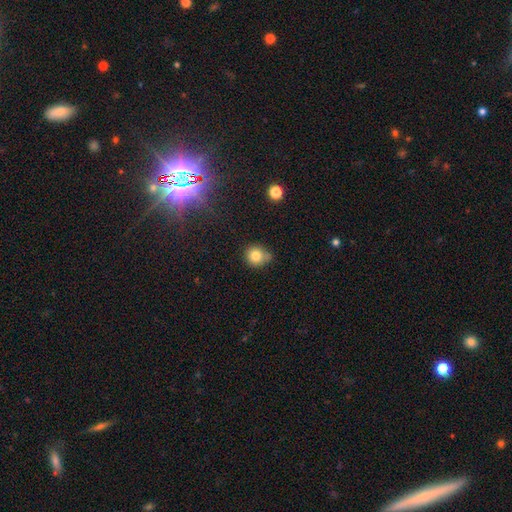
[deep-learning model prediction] A smooth galaxy with no disk features (81%) that is round (84%).

Vote fractions:
- Smooth or featured? smooth: 81% / star or artifact: 11% / featured or disk: 8%
- How rounded? round: 84% / in between: 15% / cigar-shaped: 1%
- Merging? none: 61% / minor disturbance: 25% / merger: 9% / major disturbance: 5%